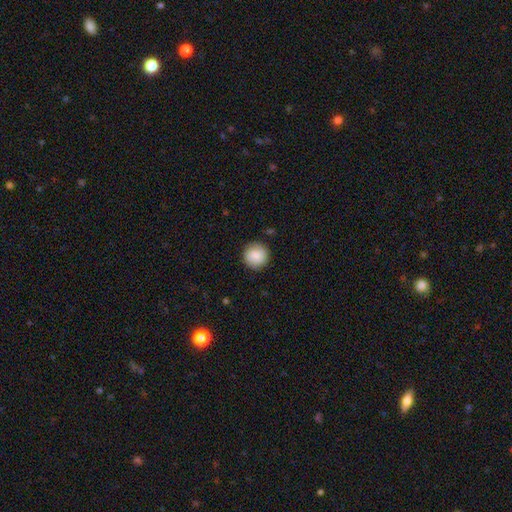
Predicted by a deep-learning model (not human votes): Smooth or featured? smooth (85%)
How rounded? round (95%)
Merging? none (89%)